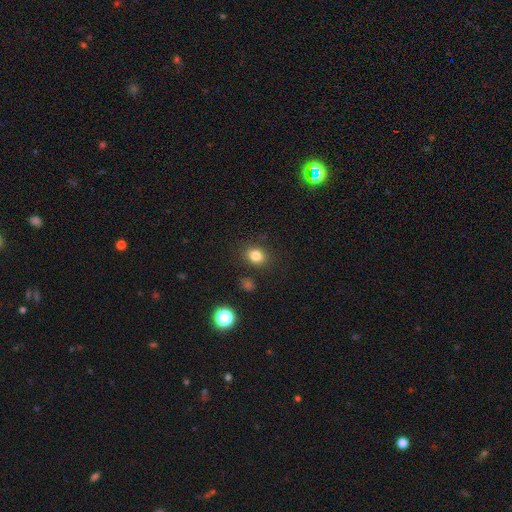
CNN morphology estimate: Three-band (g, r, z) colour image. It shows a smooth galaxy with no disk features (81%) that is round (57%). Merging: none (85%).